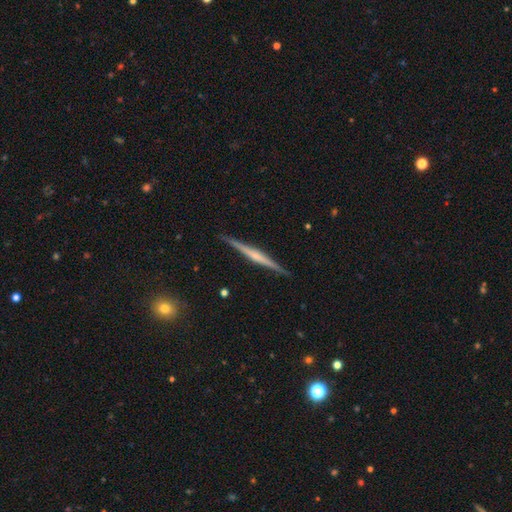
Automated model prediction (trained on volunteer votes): Morphology: type=featured or disk (75%); edge-on=yes (98%); edge-on bulge=rounded (53%); merging=none (91%).